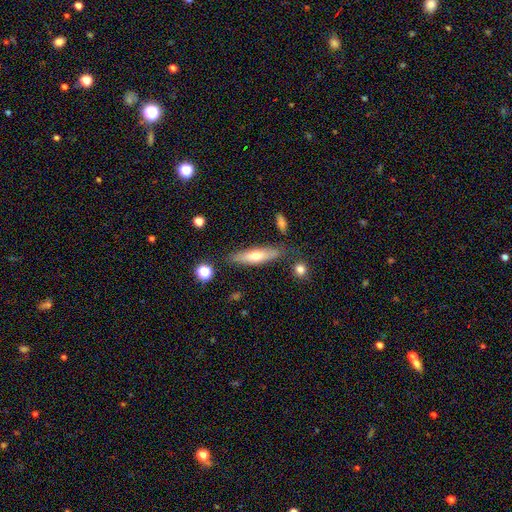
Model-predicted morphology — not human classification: A smooth galaxy with no disk features (60%) that is cigar-shaped (69%).

Vote fractions:
- Smooth or featured? smooth: 60% / featured or disk: 33% / star or artifact: 7%
- How rounded? cigar-shaped: 69% / in between: 29% / round: 2%
- Merging? none: 79% / minor disturbance: 13% / merger: 5% / major disturbance: 3%